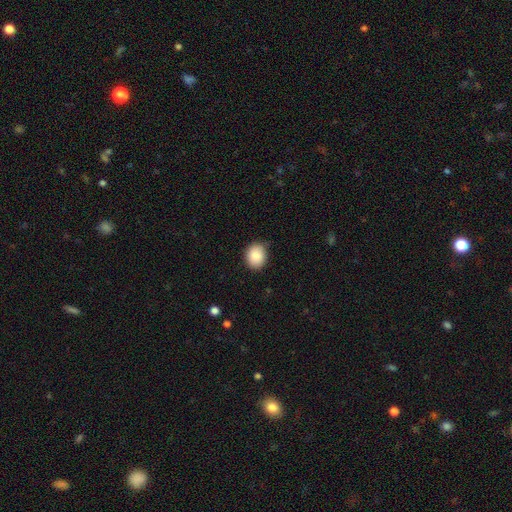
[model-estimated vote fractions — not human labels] smooth 88%, star or artifact 7%, featured or disk 4%. Down the decision tree: how rounded — round (59%); merging — none (82%).